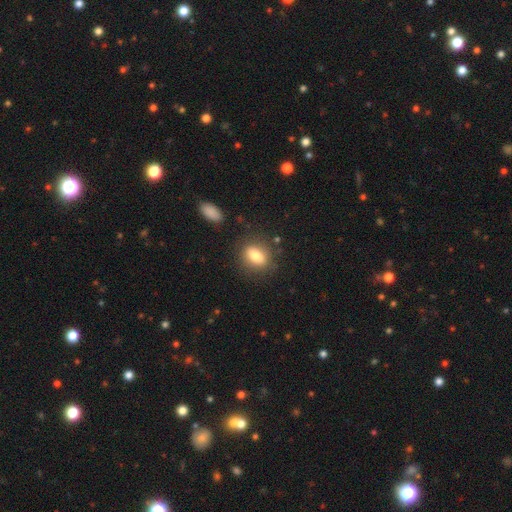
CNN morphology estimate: This is likely a smooth galaxy (80%). How rounded: likely in between (72%). Merging: clearly none (83%).